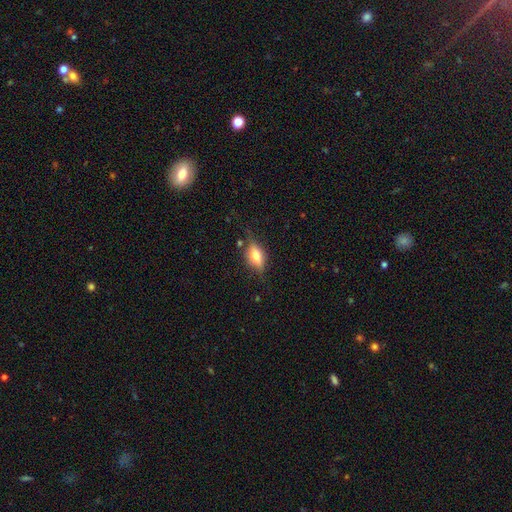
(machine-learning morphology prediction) A smooth galaxy with no disk features (48%). Merging: none (68%).